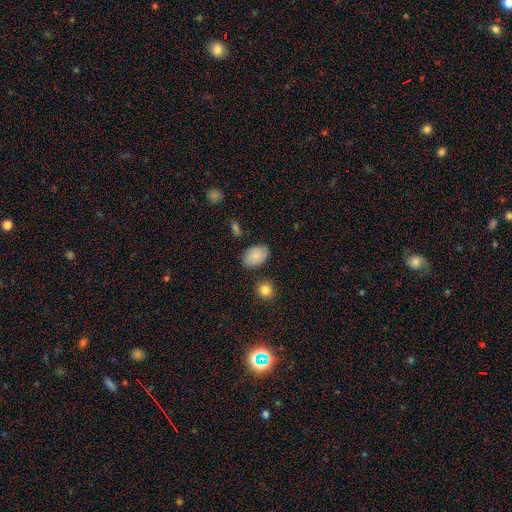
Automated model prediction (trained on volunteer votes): smooth-or-featured: smooth: 81% | featured or disk: 11% | star or artifact: 8%
  how-rounded: in between: 86% | round: 12% | cigar-shaped: 1%
  merging: none: 80% | minor disturbance: 14% | major disturbance: 3% | merger: 3%